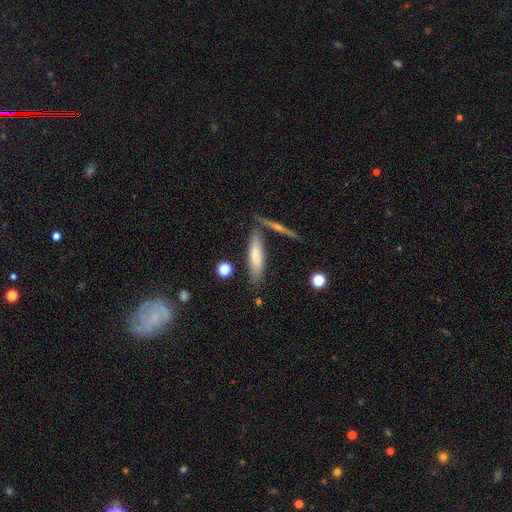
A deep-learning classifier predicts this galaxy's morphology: smooth 67%, featured or disk 26%, star or artifact 7%. Down the decision tree: how rounded — cigar-shaped (74%); merging — none (72%).